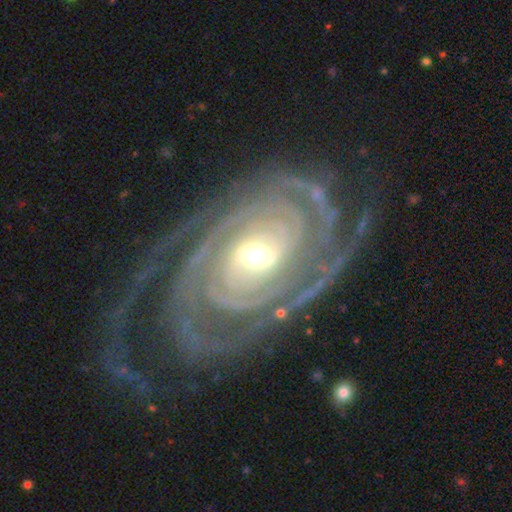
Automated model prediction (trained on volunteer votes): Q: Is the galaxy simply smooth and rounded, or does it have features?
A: featured or disk — 93%.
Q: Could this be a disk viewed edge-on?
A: no — 96%.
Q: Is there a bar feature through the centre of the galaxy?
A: no — 39%.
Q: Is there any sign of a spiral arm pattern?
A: yes — 98%.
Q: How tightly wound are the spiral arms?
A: tight — 79%.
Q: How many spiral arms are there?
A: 2 — 26%.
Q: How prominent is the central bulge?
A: moderate — 54%.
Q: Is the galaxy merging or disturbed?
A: none — 68%.